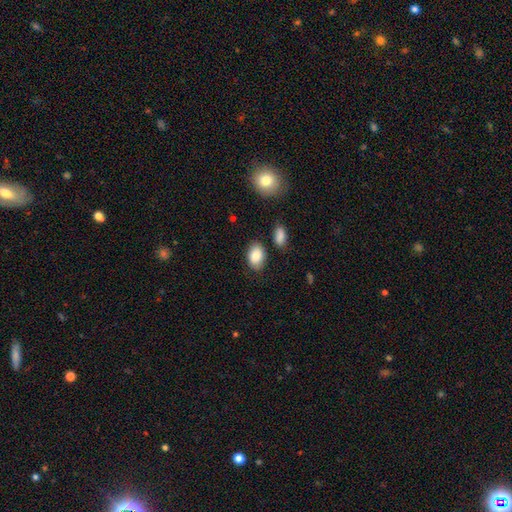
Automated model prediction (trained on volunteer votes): This appears to be a smooth galaxy with no disk features (85%) that is in between round and cigar-shaped (87%). Merging: none (78%).